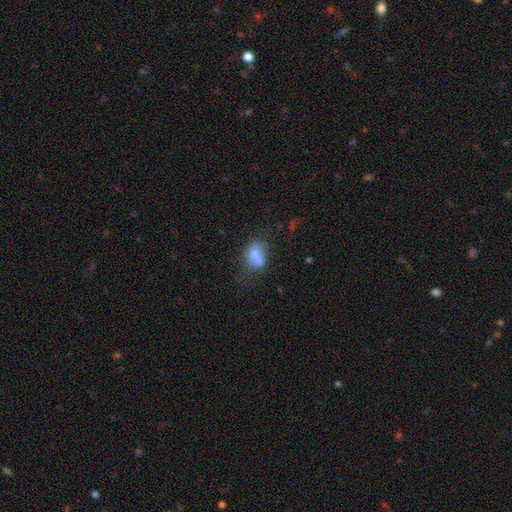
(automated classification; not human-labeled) Overall: smooth (71%). How rounded: in between (73%). Merging: none (44%; minor disturbance 22%).